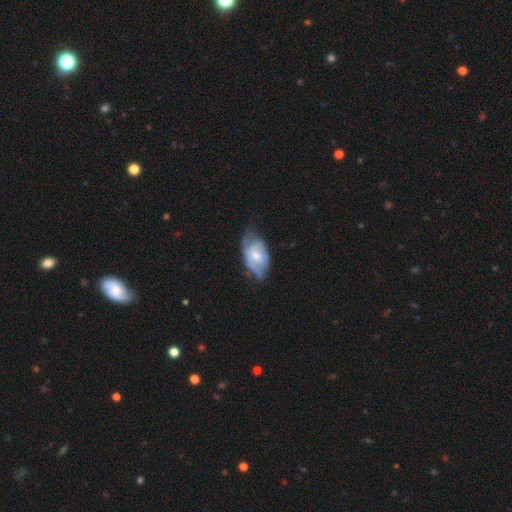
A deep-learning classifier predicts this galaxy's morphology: Smooth or featured: featured or disk — 63% (smooth — 31%)
Edge-on disk: no — 94% (yes — 6%)
Bar: no — 68% (weak — 28%)
Spiral arms: yes — 74% (no — 26%)
Bulge size: moderate — 55% (small — 38%)
Merging: none — 43% (minor disturbance — 35%)